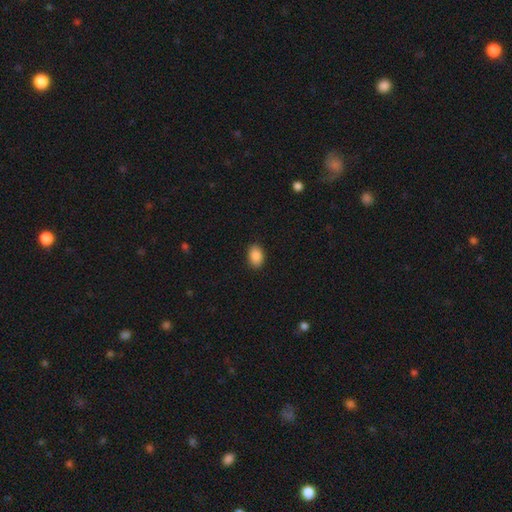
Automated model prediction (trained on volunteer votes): smooth 89%, star or artifact 8%, featured or disk 4%. Down the decision tree: how rounded — in between (85%); merging — none (89%).